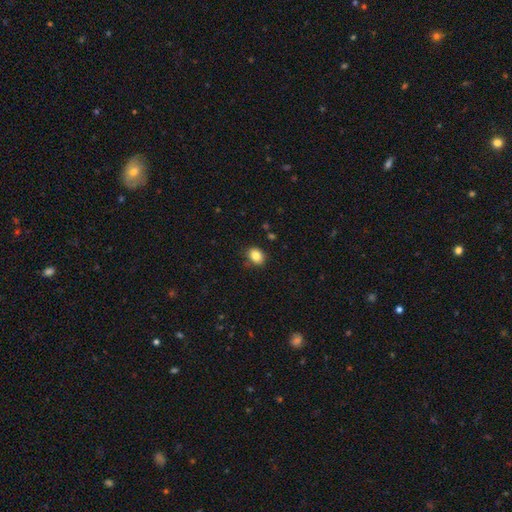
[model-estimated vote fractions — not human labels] Smooth or featured? smooth (84%)
How rounded? in between (52%)
Merging? none (84%)